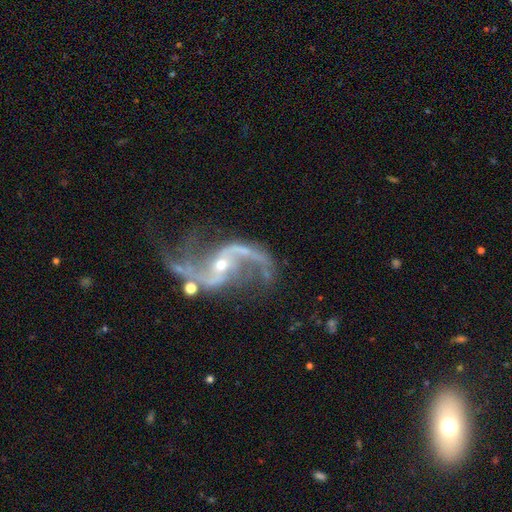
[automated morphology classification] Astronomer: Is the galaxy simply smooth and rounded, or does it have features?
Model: featured or disk — 92%.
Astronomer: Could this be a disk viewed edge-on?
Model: no — 98%.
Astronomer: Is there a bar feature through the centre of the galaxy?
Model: no — 49% (runner-up: weak, 31%).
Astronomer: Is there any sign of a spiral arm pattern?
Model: yes — 98%.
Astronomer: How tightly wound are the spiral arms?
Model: loose — 75%.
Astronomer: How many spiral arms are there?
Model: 2 — 93%.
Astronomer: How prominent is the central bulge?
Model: small — 68%.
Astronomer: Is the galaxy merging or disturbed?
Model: none — 62%.